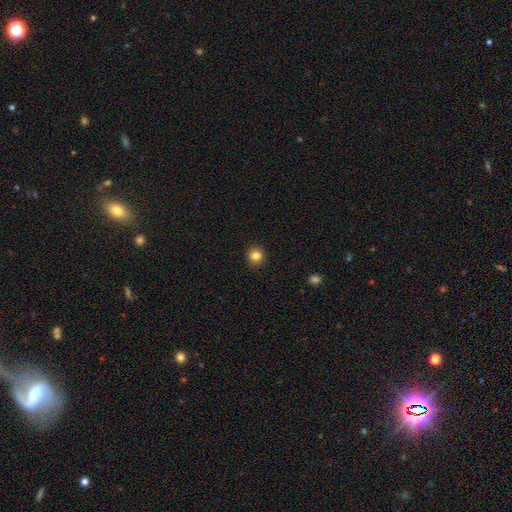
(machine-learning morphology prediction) smooth 84%, star or artifact 11%, featured or disk 5%. Down the decision tree: how rounded — round (92%); merging — none (92%).